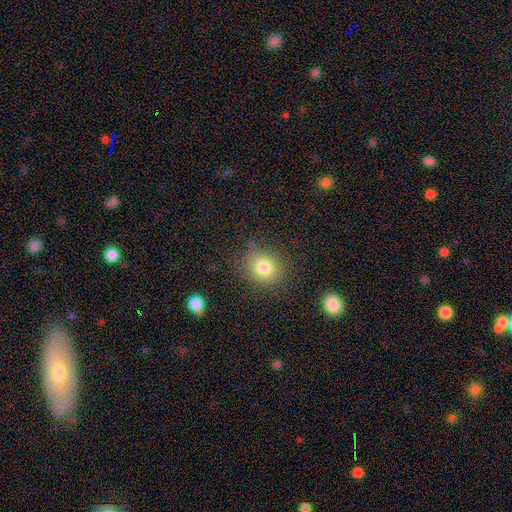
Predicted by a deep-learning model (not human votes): Morphology: type=smooth (75%); roundness=round (86%); merging=none (90%).